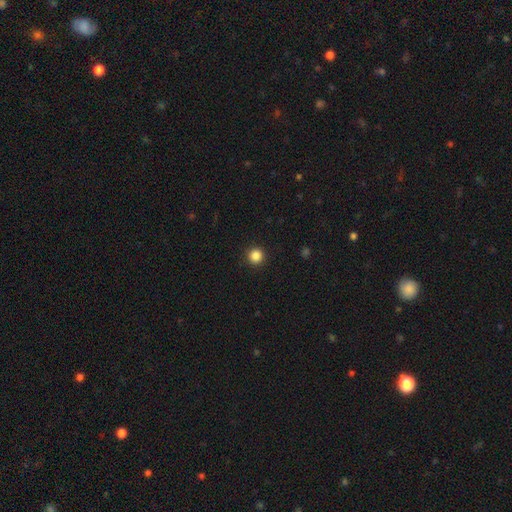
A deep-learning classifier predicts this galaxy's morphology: Smooth or featured?
  - smooth: 86% *
  - star or artifact: 11%
  - featured or disk: 3%
How rounded?
  - round: 96% *
  - in between: 3%
  - cigar-shaped: 1%
Merging?
  - none: 93% *
  - minor disturbance: 4%
  - major disturbance: 2%
  - merger: 1%